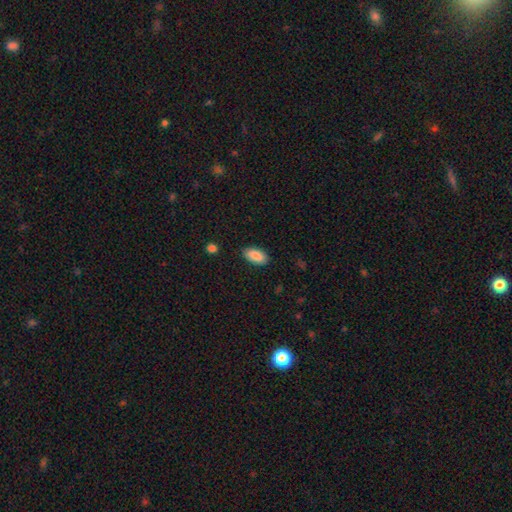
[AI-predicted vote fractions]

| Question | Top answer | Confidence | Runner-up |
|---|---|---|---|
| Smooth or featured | smooth | 88% | star or artifact (6%) |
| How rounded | in between | 92% | cigar-shaped (6%) |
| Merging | none | 86% | minor disturbance (11%) |